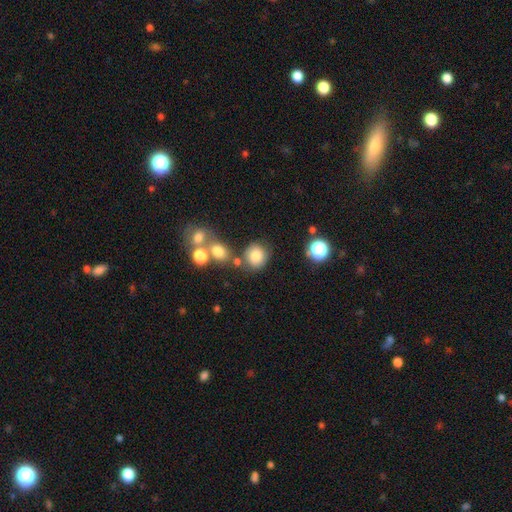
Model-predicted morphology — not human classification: Smooth or featured? Predicted: smooth (p=0.80). How rounded? Predicted: round (p=0.80). Merging? Predicted: none (p=0.69).